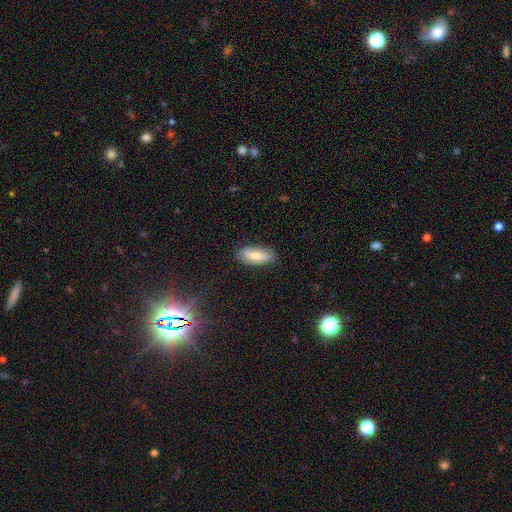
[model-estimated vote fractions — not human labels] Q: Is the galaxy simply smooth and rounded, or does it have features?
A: smooth — 77%.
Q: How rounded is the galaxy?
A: in between — 76%.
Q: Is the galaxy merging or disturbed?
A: none — 84%.